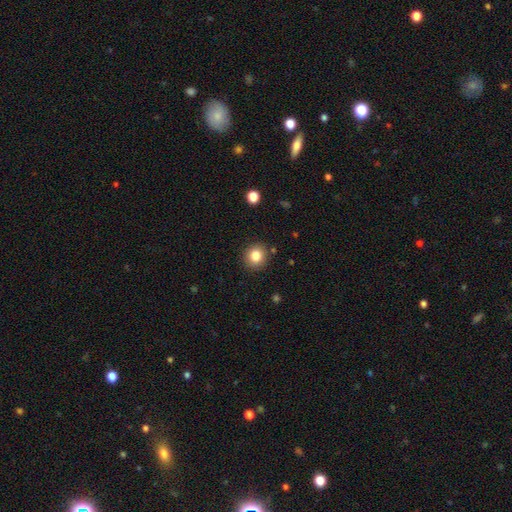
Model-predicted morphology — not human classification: Smooth or featured: smooth — 83% (star or artifact — 11%)
How rounded: round — 87% (in between — 12%)
Merging: none — 89% (minor disturbance — 7%)